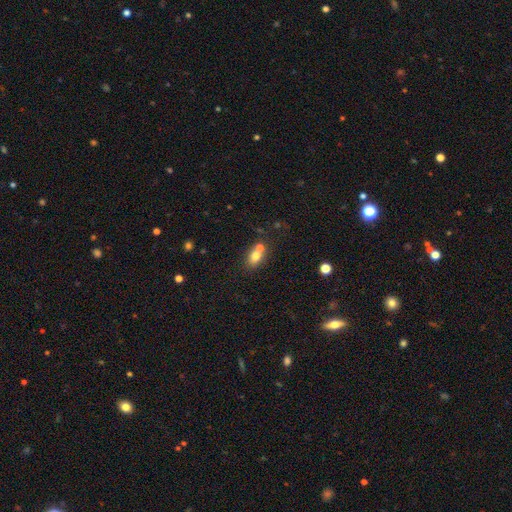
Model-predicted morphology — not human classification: Smooth or featured? smooth (75%)
How rounded? in between (71%)
Merging? none (45%)